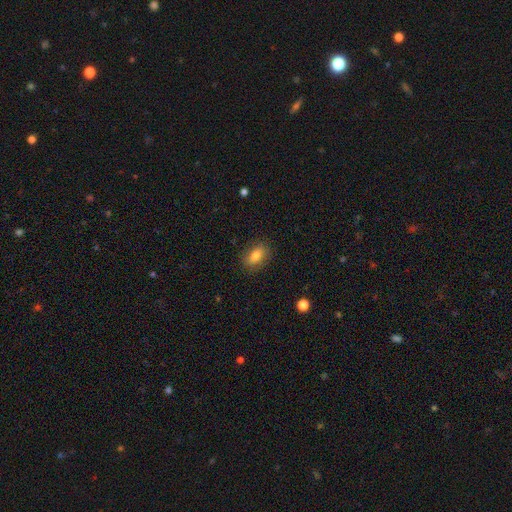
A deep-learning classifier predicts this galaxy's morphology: Q: Smooth or featured?
A: smooth (79%); runner-up: featured or disk (13%)
Q: How rounded?
A: in between (83%); runner-up: round (11%)
Q: Merging?
A: none (85%); runner-up: minor disturbance (11%)